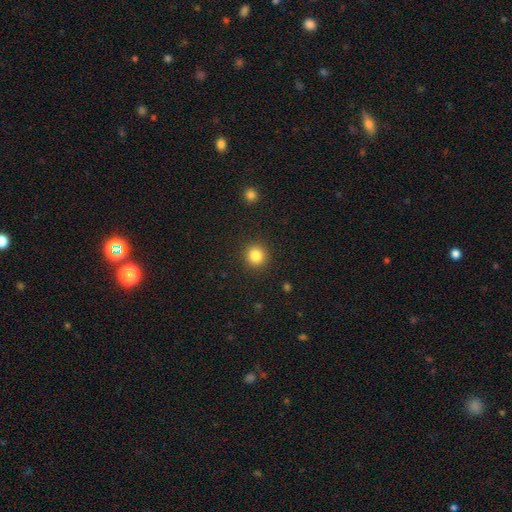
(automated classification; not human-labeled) smooth_or_featured: smooth (p=0.84) [alt: star or artifact p=0.11]
how_rounded: round (p=0.92) [alt: in between p=0.07]
merging: none (p=0.91) [alt: minor disturbance p=0.06]